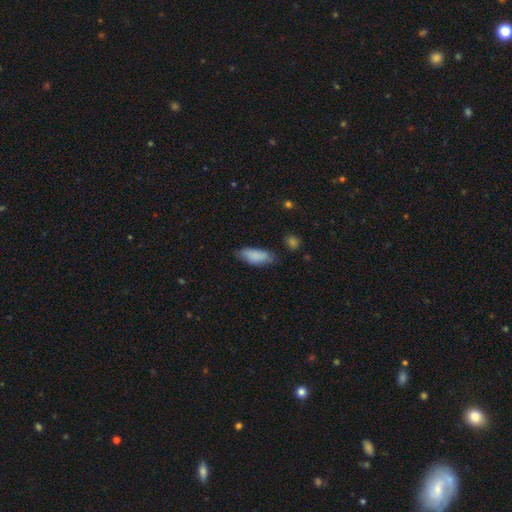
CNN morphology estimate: smooth 86%, featured or disk 8%, star or artifact 6%. Down the decision tree: how rounded — in between (77%); merging — none (74%).